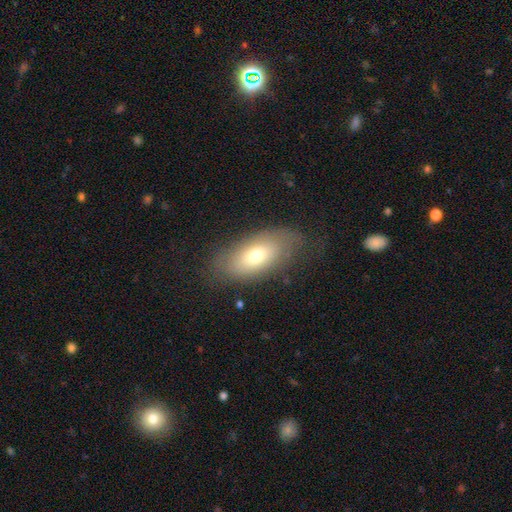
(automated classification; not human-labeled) This appears to be a smooth galaxy with no disk features (64%) that is in between round and cigar-shaped (88%). Merging: none (70%).